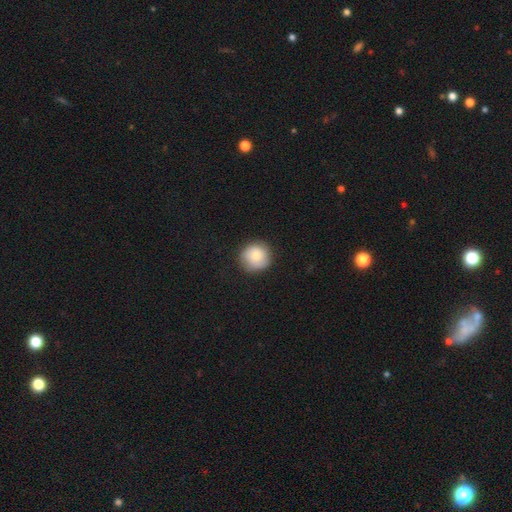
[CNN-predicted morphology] Smooth or featured? smooth (77%)
How rounded? round (93%)
Merging? none (83%)